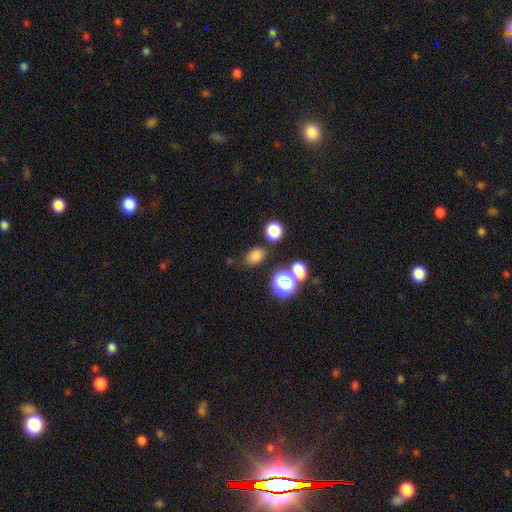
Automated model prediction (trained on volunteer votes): A smooth galaxy with no disk features (78%) that is in between round and cigar-shaped (71%). Merging: none (76%).